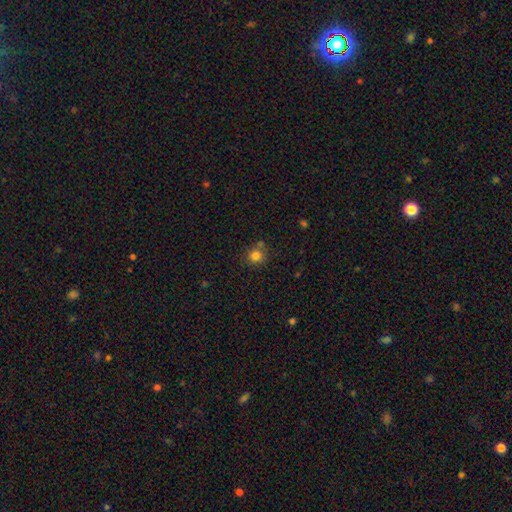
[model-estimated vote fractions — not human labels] Smooth or featured?
  - smooth: 81% *
  - star or artifact: 13%
  - featured or disk: 6%
How rounded?
  - round: 87% *
  - in between: 12%
  - cigar-shaped: 1%
Merging?
  - none: 69% *
  - merger: 14%
  - minor disturbance: 13%
  - major disturbance: 4%